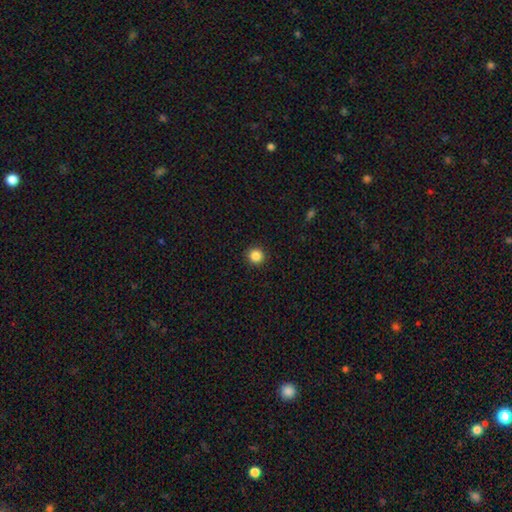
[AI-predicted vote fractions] smooth_or_featured: smooth (p=0.86) [alt: star or artifact p=0.11]
how_rounded: round (p=0.94) [alt: in between p=0.05]
merging: none (p=0.93) [alt: minor disturbance p=0.05]